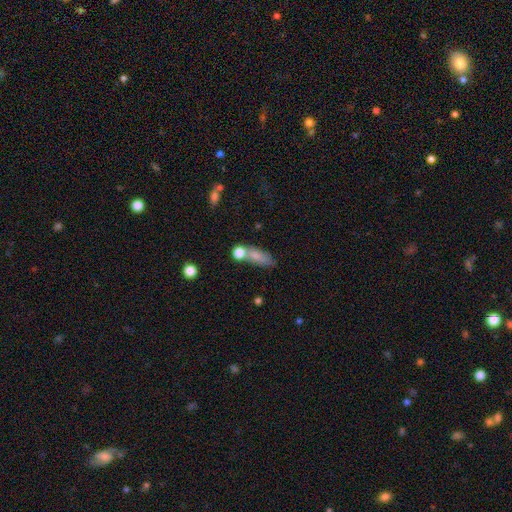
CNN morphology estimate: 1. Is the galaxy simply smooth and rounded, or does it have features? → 74% smooth, 16% featured or disk, 10% star or artifact.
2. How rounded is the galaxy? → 63% in between, 27% cigar-shaped, 10% round.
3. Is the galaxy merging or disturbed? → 46% none, 27% merger, 18% minor disturbance, 9% major disturbance.